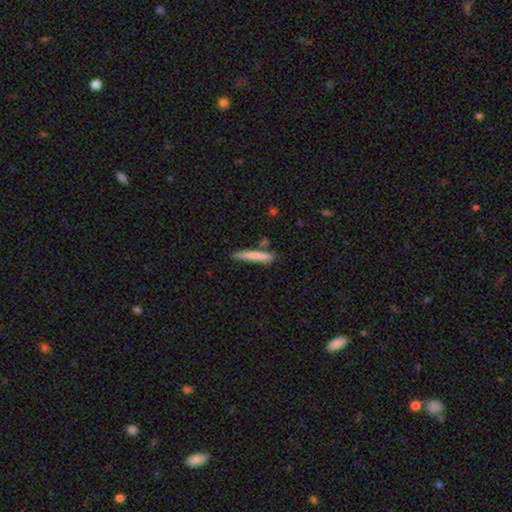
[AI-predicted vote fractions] Morphology: type=smooth (76%); roundness=cigar-shaped (94%); merging=none (74%).